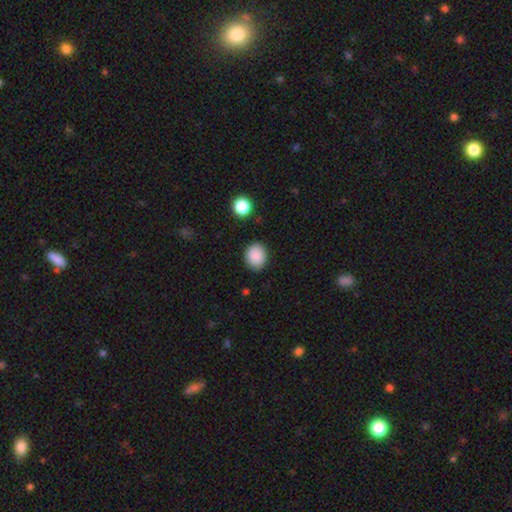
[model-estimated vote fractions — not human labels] Overall: smooth (88%). How rounded: round (68%; in between 32%). Merging: none (87%).